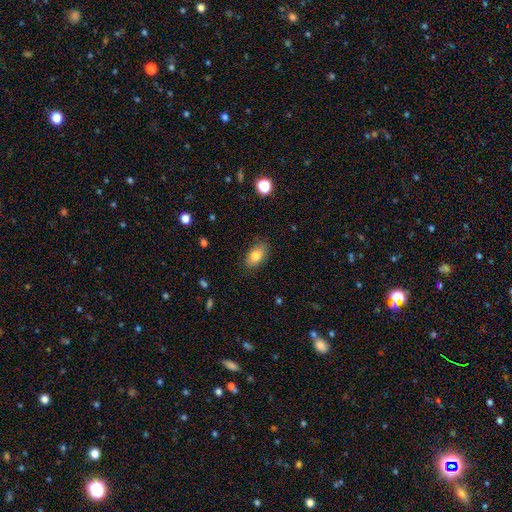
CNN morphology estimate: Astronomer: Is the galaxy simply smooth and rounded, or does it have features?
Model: smooth — 82%.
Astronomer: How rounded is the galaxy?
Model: in between — 91%.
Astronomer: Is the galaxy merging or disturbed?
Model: none — 84%.